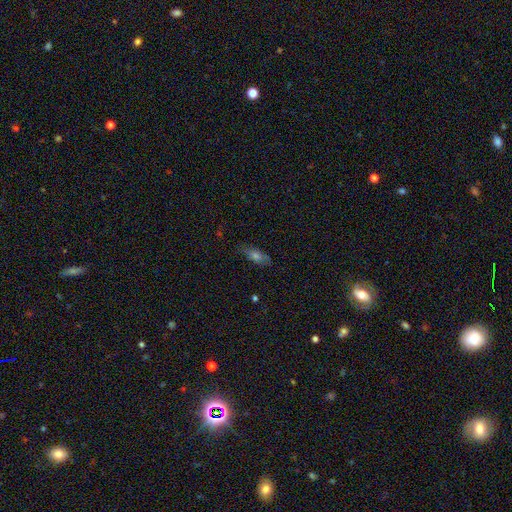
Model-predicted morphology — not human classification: Smooth or featured? Predicted: smooth (p=0.49). Merging? Predicted: none (p=0.77).